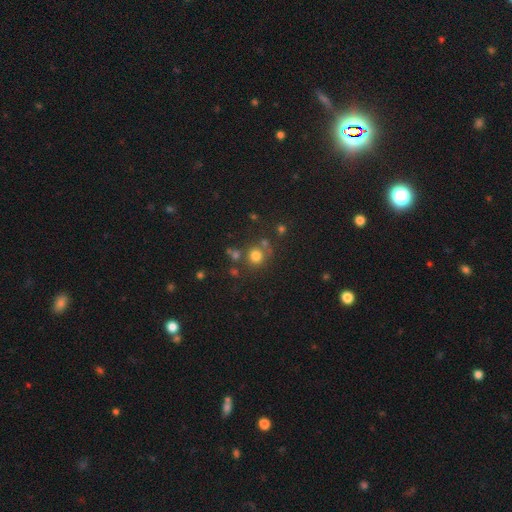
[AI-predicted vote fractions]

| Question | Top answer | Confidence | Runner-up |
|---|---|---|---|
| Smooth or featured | smooth | 74% | star or artifact (17%) |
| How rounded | round | 89% | in between (10%) |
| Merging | none | 69% | merger (15%) |